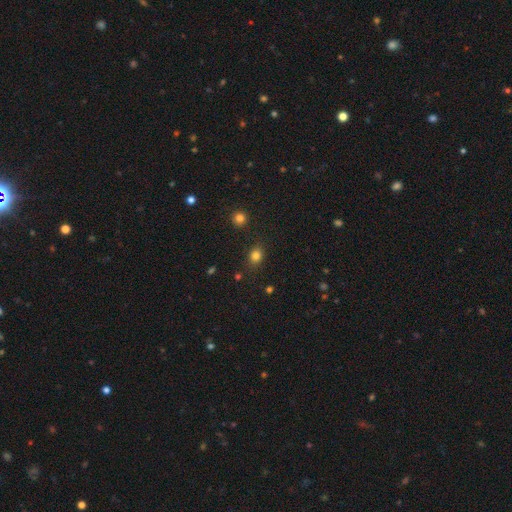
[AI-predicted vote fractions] This is clearly a smooth galaxy (81%). How rounded: possibly round (54%). Merging: clearly none (83%).